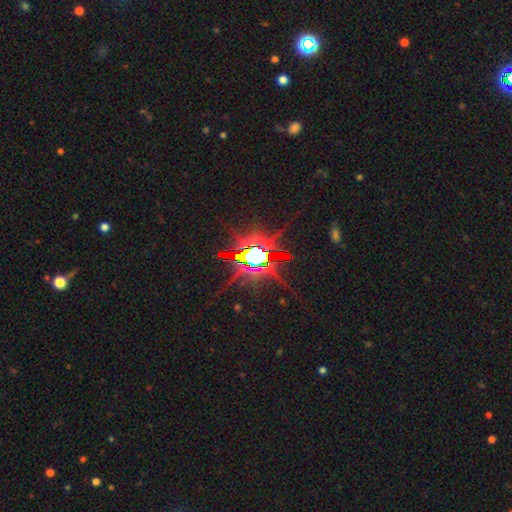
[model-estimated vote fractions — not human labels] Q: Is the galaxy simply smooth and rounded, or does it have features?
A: star or artifact — 82%.